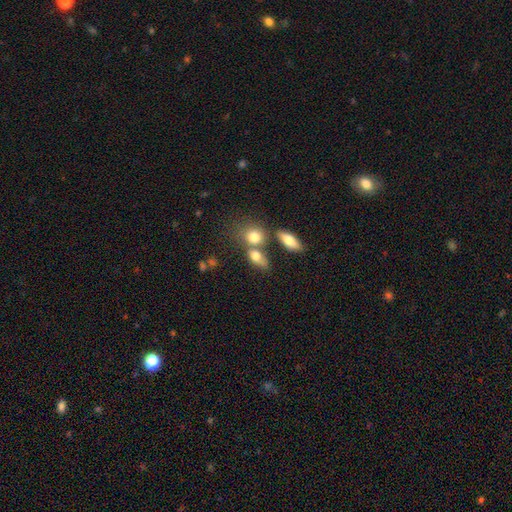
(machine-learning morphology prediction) Overall: smooth (76%). How rounded: in between (64%; round 31%). Merging: none (41%, tied with merger).